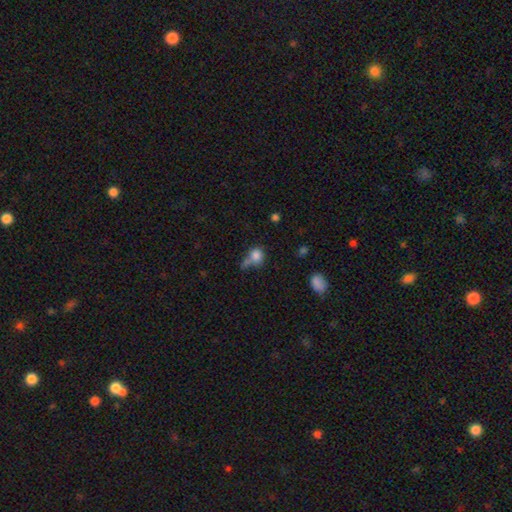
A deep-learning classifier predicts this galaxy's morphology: Overall: smooth (80%). How rounded: round (70%). Merging: none (40%; merger 28%).